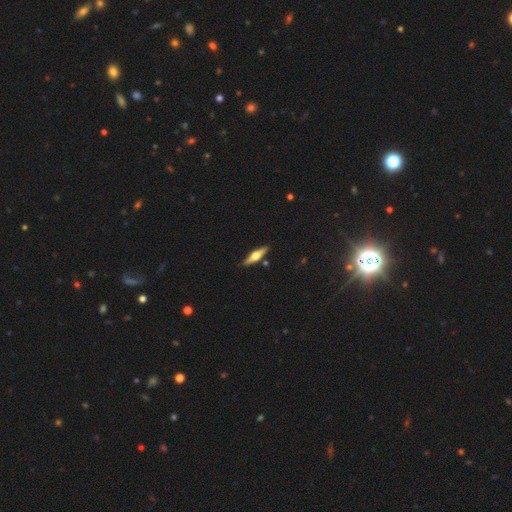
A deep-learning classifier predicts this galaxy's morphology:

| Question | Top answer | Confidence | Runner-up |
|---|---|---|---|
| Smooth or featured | featured or disk | 63% | smooth (32%) |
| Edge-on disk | yes | 96% | no (4%) |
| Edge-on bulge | rounded | 93% | boxy (5%) |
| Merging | none | 88% | minor disturbance (8%) |